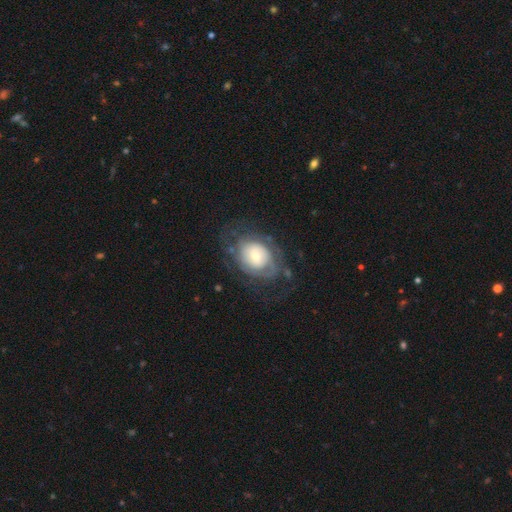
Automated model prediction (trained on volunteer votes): Smooth or featured? Predicted: featured or disk (p=0.64). Edge-on disk? Predicted: no (p=0.96). Bar? Predicted: no (p=0.76). Spiral arms? Predicted: yes (p=0.73). Bulge size? Predicted: small (p=0.44). Merging? Predicted: none (p=0.57).